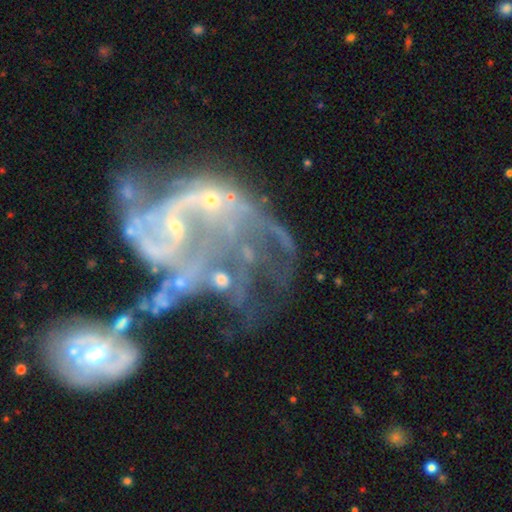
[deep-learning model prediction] Smooth or featured? featured or disk (80%)
Edge-on disk? no (98%)
Bar? no (68%)
Spiral arms? yes (64%)
Spiral winding? loose (48%)
Spiral arm count? can't tell (37%)
Bulge size? small (52%)
Merging? merger (54%)